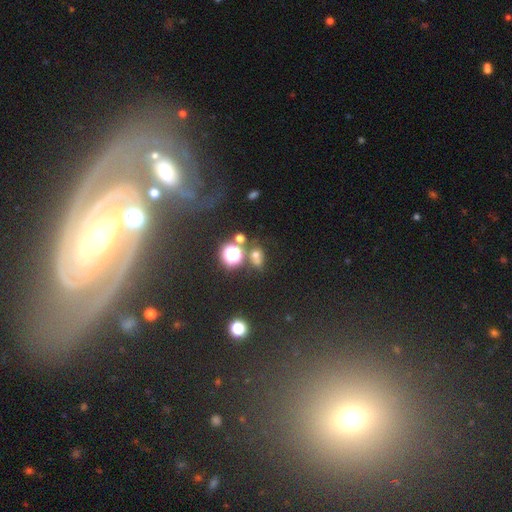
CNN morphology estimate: This is possibly a smooth galaxy (54%). How rounded: possibly round (60%). Merging: possibly none (59%).